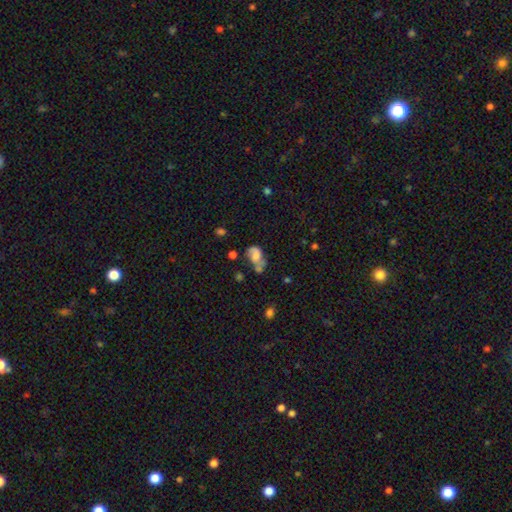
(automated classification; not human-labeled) This appears to be a smooth galaxy with no disk features (48%). Merging: none (29%).